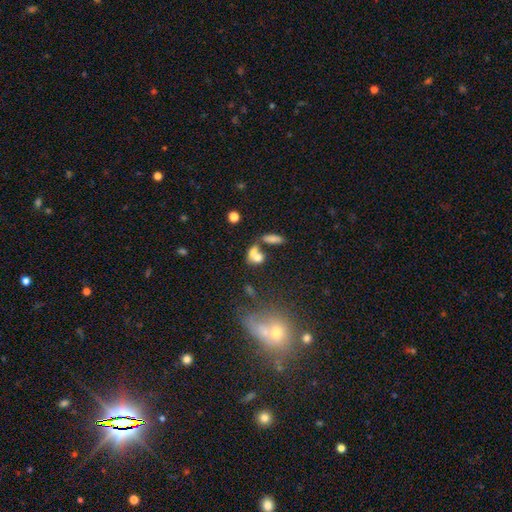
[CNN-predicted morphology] smooth_or_featured: smooth (p=0.67) [alt: featured or disk p=0.18]
how_rounded: in between (p=0.60) [alt: round p=0.33]
merging: merger (p=0.50) [alt: none p=0.32]